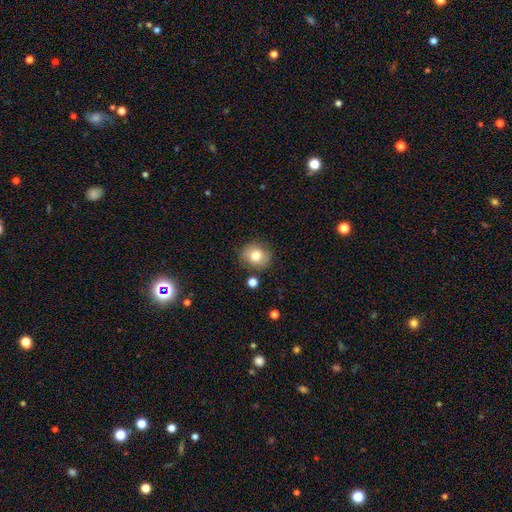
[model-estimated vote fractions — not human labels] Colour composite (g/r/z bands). It shows a smooth galaxy with no disk features (78%) that is round (74%). Merging: none (81%).